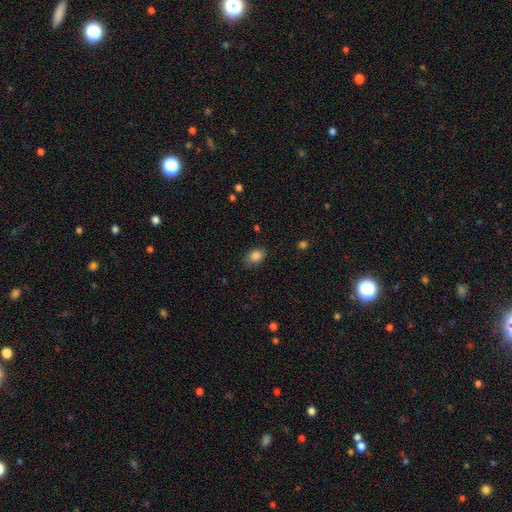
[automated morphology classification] Smooth or featured: smooth — 86% (star or artifact — 9%)
How rounded: in between — 71% (round — 28%)
Merging: none — 78% (minor disturbance — 17%)